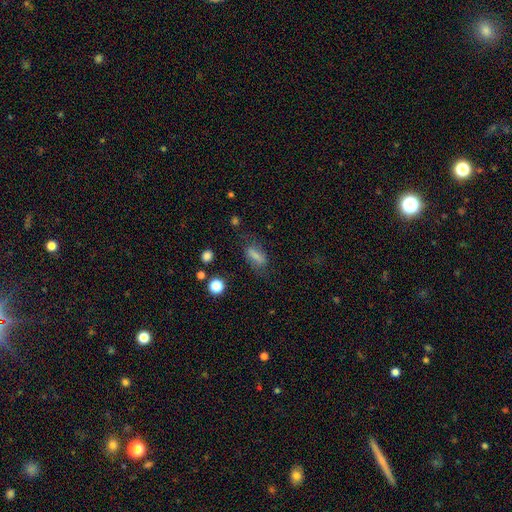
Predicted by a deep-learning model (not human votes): Smooth or featured? Predicted: smooth (p=0.72). How rounded? Predicted: in between (p=0.68). Merging? Predicted: none (p=0.67).